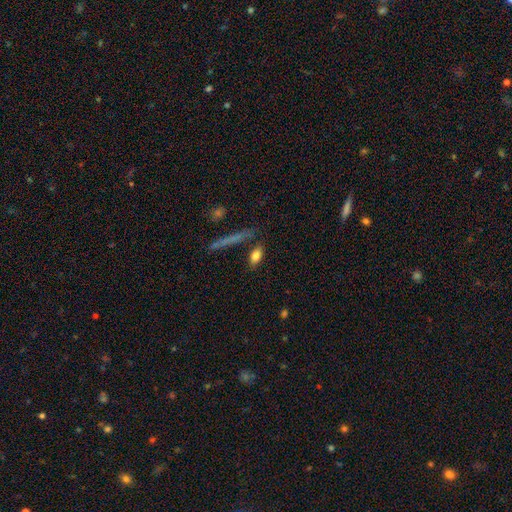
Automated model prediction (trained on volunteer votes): smooth-or-featured: smooth: 81% | featured or disk: 11% | star or artifact: 8%
  how-rounded: in between: 79% | cigar-shaped: 15% | round: 6%
  merging: none: 78% | minor disturbance: 13% | merger: 5% | major disturbance: 4%